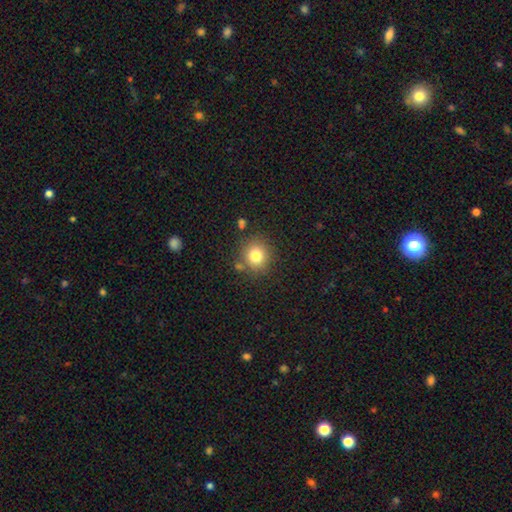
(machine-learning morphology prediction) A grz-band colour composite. It shows a smooth galaxy with no disk features (79%) that is round (87%). Merging: none (81%).